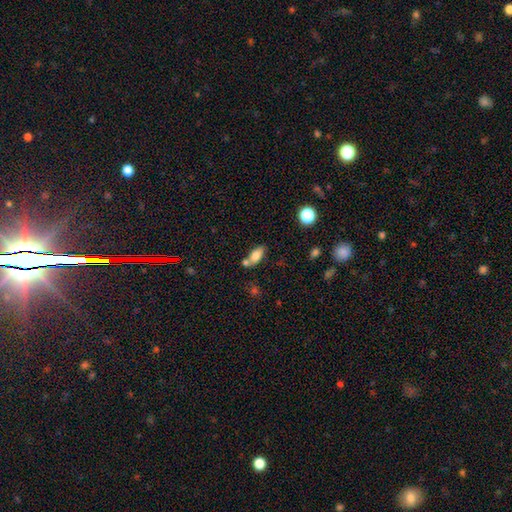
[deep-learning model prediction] This is likely a smooth galaxy (79%). How rounded: clearly in between (86%). Merging: possibly none (54%).